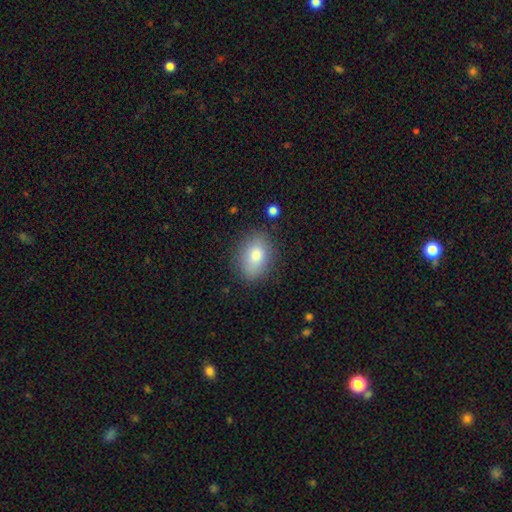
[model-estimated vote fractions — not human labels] A smooth galaxy with no disk features (79%) that is in between round and cigar-shaped (79%).

Vote fractions:
- Smooth or featured? smooth: 79% / featured or disk: 12% / star or artifact: 9%
- How rounded? in between: 79% / round: 19% / cigar-shaped: 2%
- Merging? none: 85% / minor disturbance: 11% / major disturbance: 3% / merger: 2%